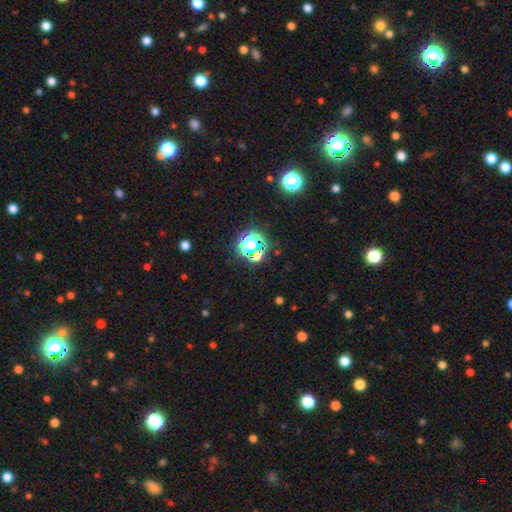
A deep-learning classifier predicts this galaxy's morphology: type=star or artifact (55%).